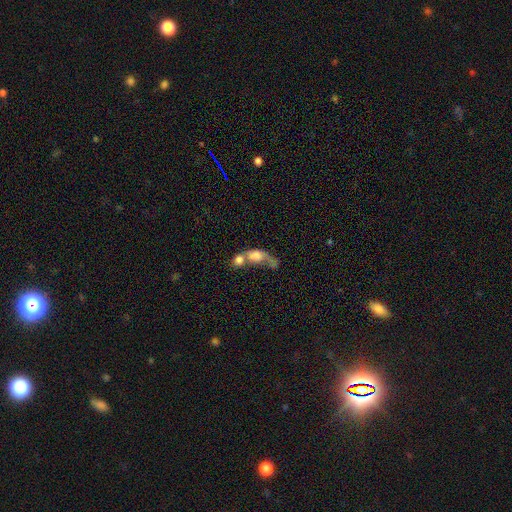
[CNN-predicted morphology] A smooth galaxy with no disk features (57%) that is in between round and cigar-shaped (60%).

Vote fractions:
- Smooth or featured? smooth: 57% / featured or disk: 32% / star or artifact: 11%
- How rounded? in between: 60% / round: 30% / cigar-shaped: 10%
- Merging? merger: 66% / major disturbance: 18% / none: 10% / minor disturbance: 7%